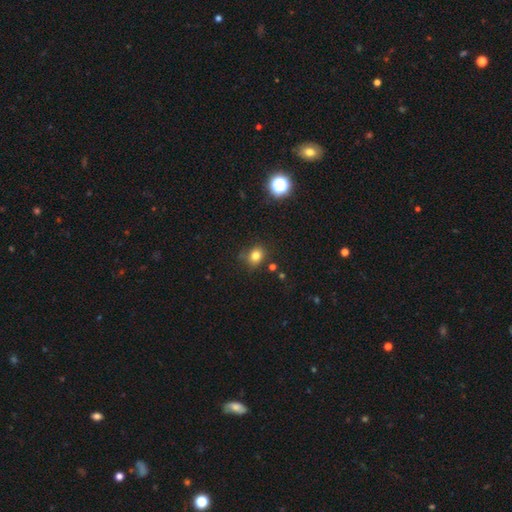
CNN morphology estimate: This appears to be a smooth galaxy with no disk features (79%) that is round (65%). Merging: none (76%).